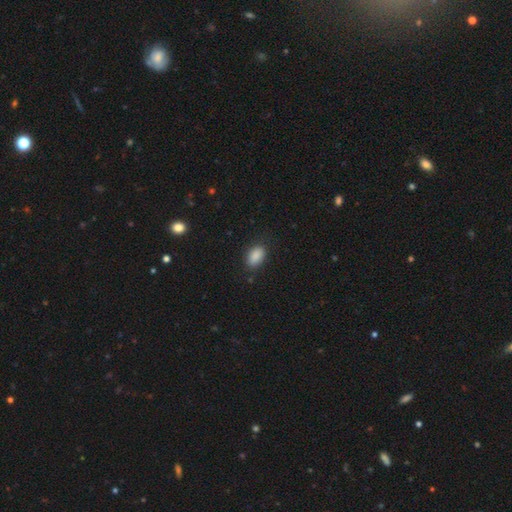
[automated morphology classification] smooth 88%, star or artifact 8%, featured or disk 4%. Down the decision tree: how rounded — in between (90%); merging — none (83%).